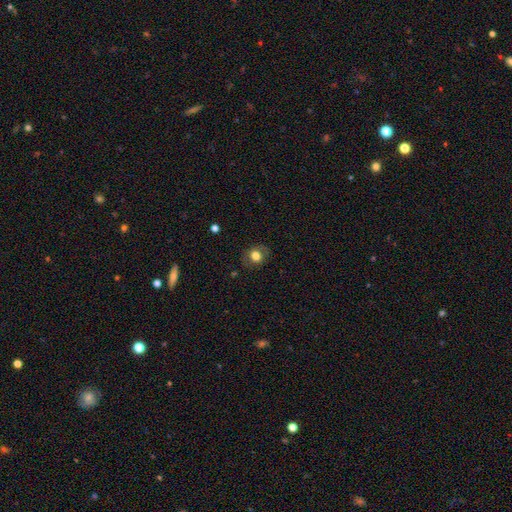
Morphology: type=smooth (92%); roundness=round (69%); merging=none (75%).